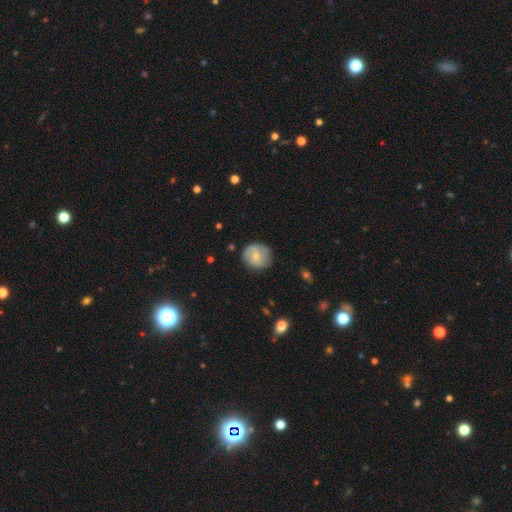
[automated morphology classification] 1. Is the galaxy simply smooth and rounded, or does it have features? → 61% smooth, 32% featured or disk, 7% star or artifact.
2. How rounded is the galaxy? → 82% round, 17% in between, 1% cigar-shaped.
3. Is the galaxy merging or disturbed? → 72% none, 21% minor disturbance, 5% major disturbance, 2% merger.